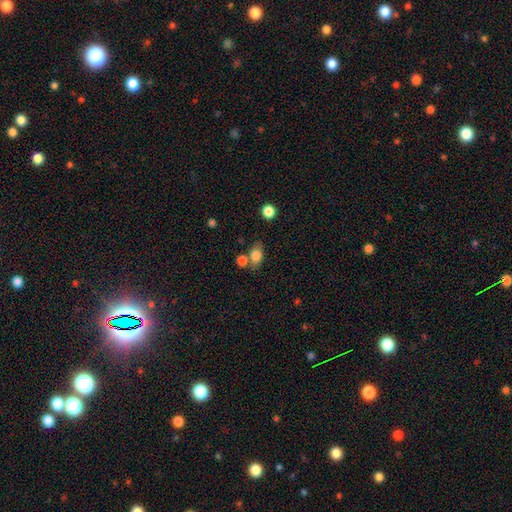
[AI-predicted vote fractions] Smooth or featured? smooth (80%)
How rounded? in between (75%)
Merging? none (60%)